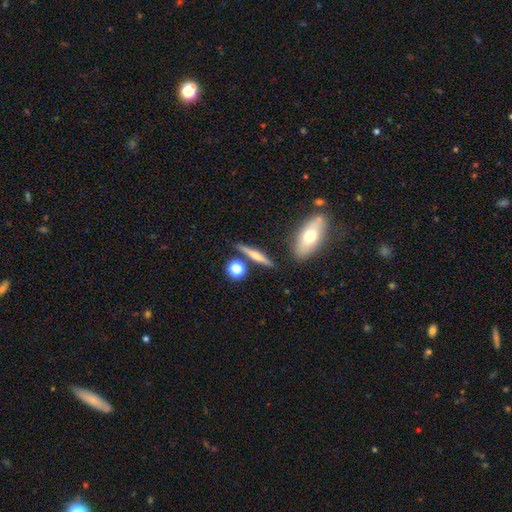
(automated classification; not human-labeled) Morphology: type=featured or disk (47%); merging=none (81%).